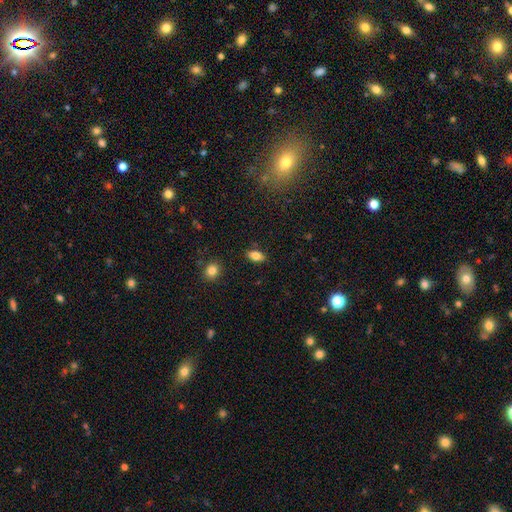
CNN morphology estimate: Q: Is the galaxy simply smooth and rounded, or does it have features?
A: smooth — 82%.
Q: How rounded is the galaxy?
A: in between — 89%.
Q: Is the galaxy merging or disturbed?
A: none — 86%.